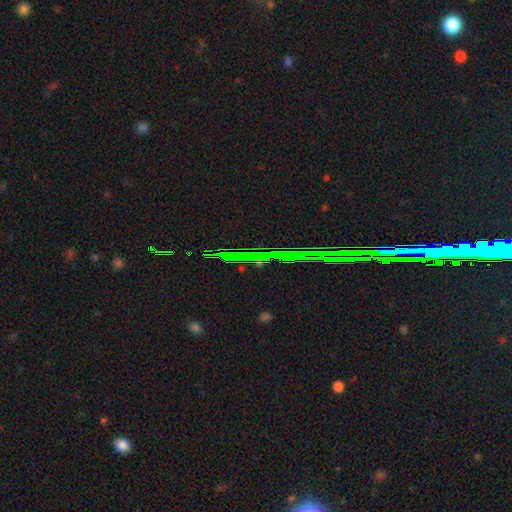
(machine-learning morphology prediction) smooth_or_featured: star or artifact (p=0.81) [alt: featured or disk p=0.10]